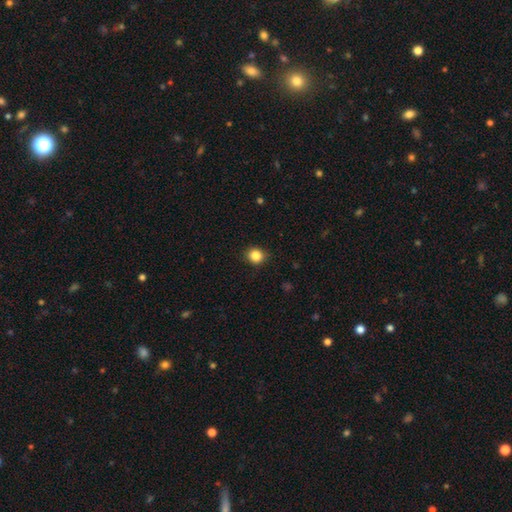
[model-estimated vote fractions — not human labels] Smooth or featured? Predicted: smooth (p=0.86). How rounded? Predicted: round (p=0.84). Merging? Predicted: none (p=0.89).